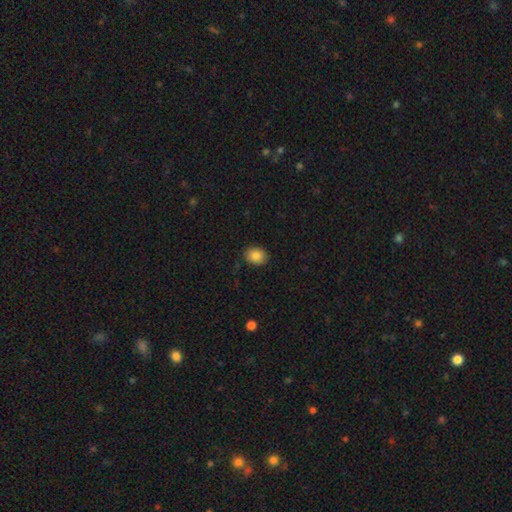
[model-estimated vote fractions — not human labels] A smooth galaxy with no disk features (86%) that is in between round and cigar-shaped (59%).

Vote fractions:
- Smooth or featured? smooth: 86% / star or artifact: 8% / featured or disk: 6%
- How rounded? in between: 59% / round: 40% / cigar-shaped: 1%
- Merging? none: 87% / minor disturbance: 10% / major disturbance: 2% / merger: 1%